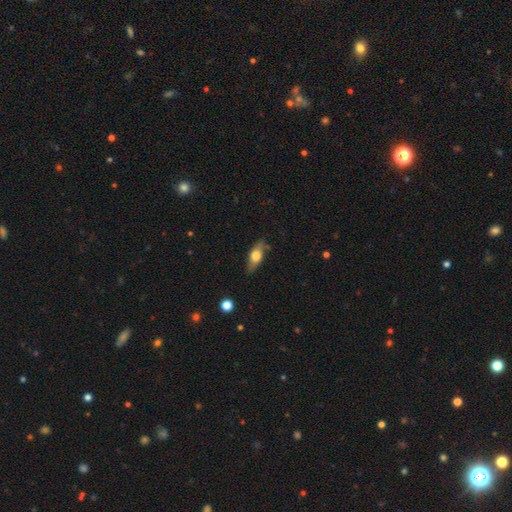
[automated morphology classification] type=smooth (60%); roundness=in between (74%); merging=none (74%).